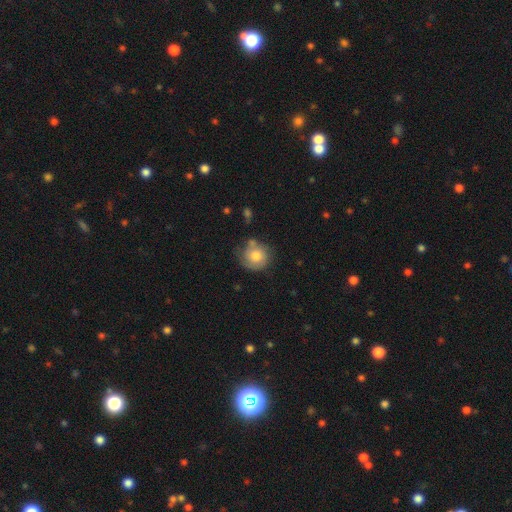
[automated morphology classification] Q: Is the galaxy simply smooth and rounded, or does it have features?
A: smooth — 69%.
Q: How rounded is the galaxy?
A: round — 86%.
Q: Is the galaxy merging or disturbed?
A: none — 59%.